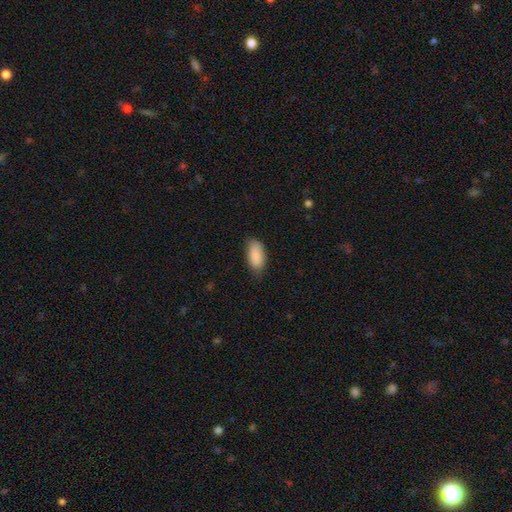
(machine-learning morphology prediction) smooth_or_featured: smooth (p=0.89) [alt: star or artifact p=0.06]
how_rounded: in between (p=0.91) [alt: cigar-shaped p=0.06]
merging: none (p=0.72) [alt: minor disturbance p=0.23]